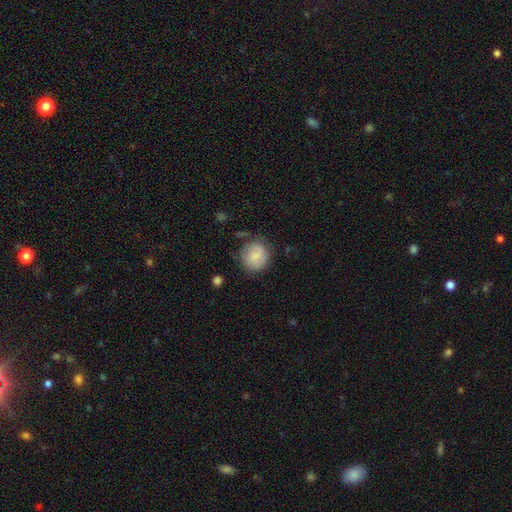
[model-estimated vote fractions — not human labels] This appears to be a smooth galaxy with no disk features (81%) that is round (85%). Merging: none (71%).